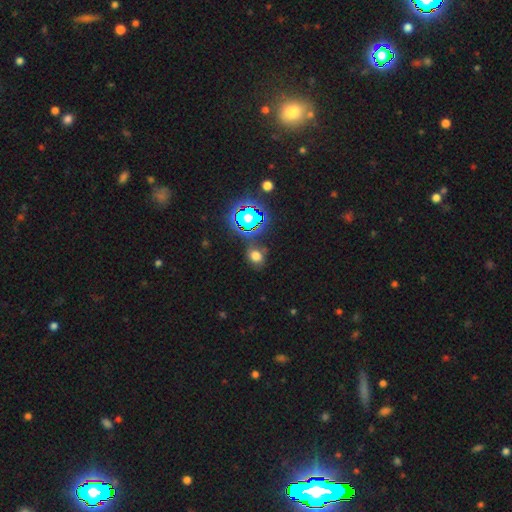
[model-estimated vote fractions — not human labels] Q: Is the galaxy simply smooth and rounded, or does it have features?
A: smooth — 61%.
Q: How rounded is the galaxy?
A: in between — 49%, tied with round.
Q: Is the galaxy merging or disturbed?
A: none — 73%.